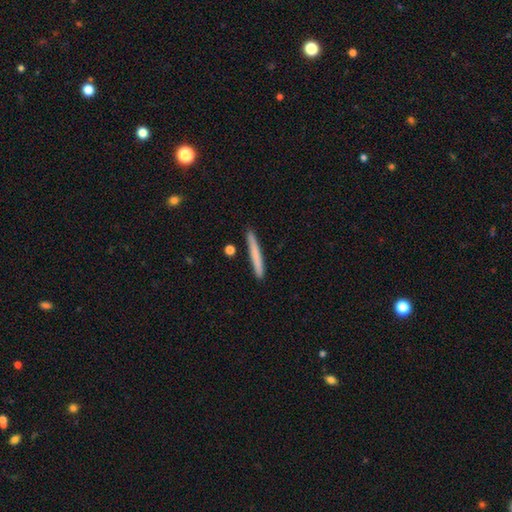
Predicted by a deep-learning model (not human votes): The model was most divided on "smooth or featured": smooth: 71%, featured or disk: 23%, star or artifact: 6%. More confident: how rounded — cigar-shaped (97%); merging — none (89%).